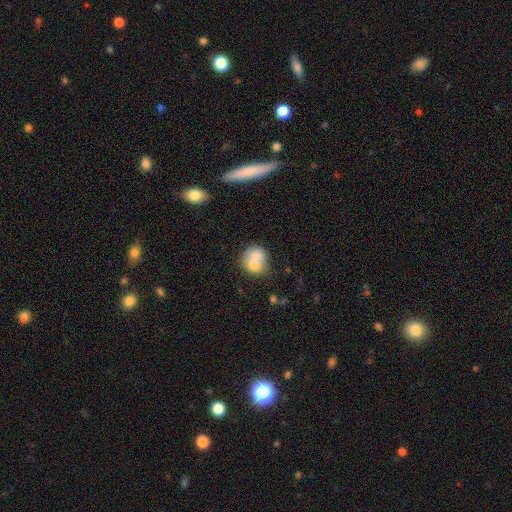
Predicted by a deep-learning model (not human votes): A smooth galaxy with no disk features (72%) that is round (74%).

Vote fractions:
- Smooth or featured? smooth: 72% / featured or disk: 20% / star or artifact: 9%
- How rounded? round: 74% / in between: 25% / cigar-shaped: 1%
- Merging? merger: 57% / none: 31% / minor disturbance: 9% / major disturbance: 4%